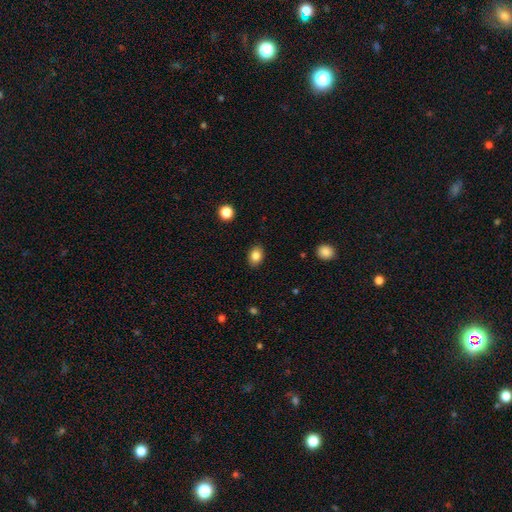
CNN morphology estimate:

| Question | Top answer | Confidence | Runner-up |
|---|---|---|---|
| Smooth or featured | smooth | 83% | star or artifact (9%) |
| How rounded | in between | 70% | round (29%) |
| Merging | none | 89% | minor disturbance (8%) |